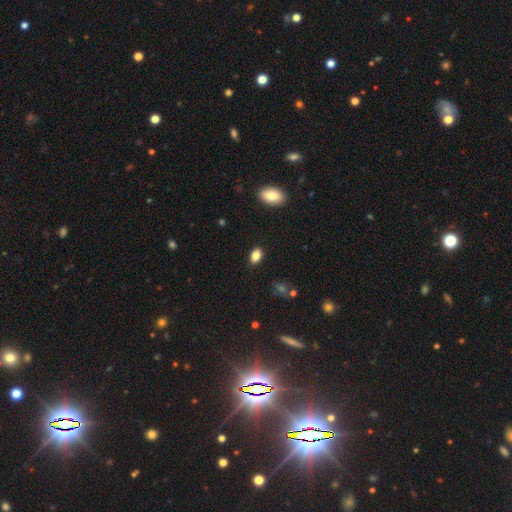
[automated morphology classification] This is clearly a smooth galaxy (84%). How rounded: clearly in between (85%). Merging: clearly none (88%).